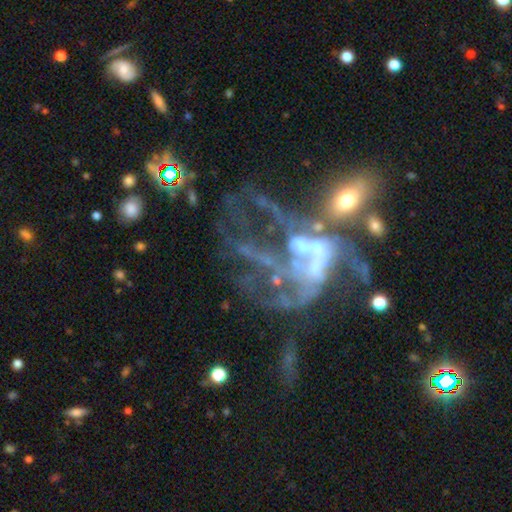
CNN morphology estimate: A featured or disk galaxy (68%) with no bar (75%), no spiral arms (67%) and no central bulge (50%). Merging: major disturbance (41%).